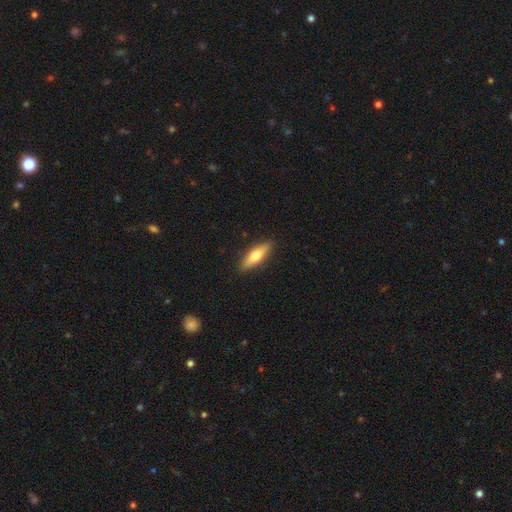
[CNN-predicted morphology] Q: Smooth or featured?
A: smooth (66%); runner-up: featured or disk (29%)
Q: How rounded?
A: cigar-shaped (54%); runner-up: in between (43%)
Q: Merging?
A: none (89%); runner-up: minor disturbance (8%)